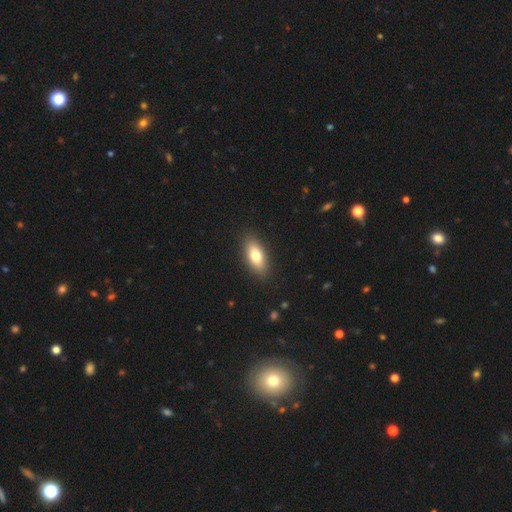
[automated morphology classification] smooth_or_featured: smooth (p=0.75) [alt: featured or disk p=0.18]
how_rounded: in between (p=0.82) [alt: cigar-shaped p=0.14]
merging: none (p=0.89) [alt: minor disturbance p=0.08]